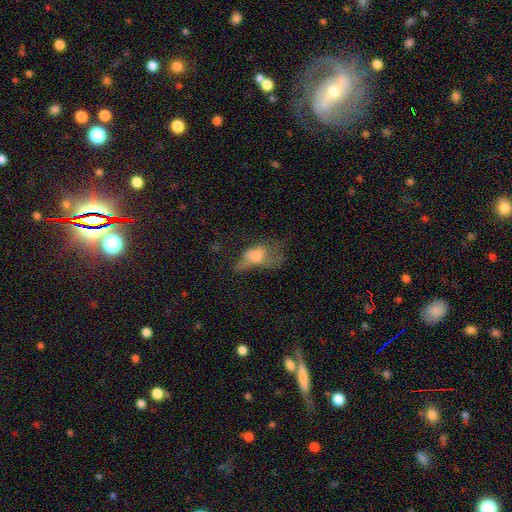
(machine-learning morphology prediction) A smooth galaxy with no disk features (52%) that is in between round and cigar-shaped (80%).

Vote fractions:
- Smooth or featured? smooth: 52% / featured or disk: 35% / star or artifact: 13%
- How rounded? in between: 80% / round: 12% / cigar-shaped: 7%
- Merging? major disturbance: 56% / none: 20% / minor disturbance: 19% / merger: 6%